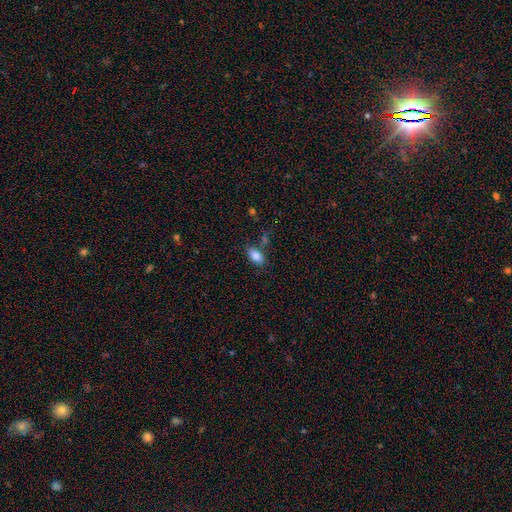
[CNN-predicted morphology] The model was most divided on "merging": none: 73%, minor disturbance: 15%, merger: 8%, major disturbance: 4%. More confident: how rounded — in between (90%); smooth or featured — smooth (84%).